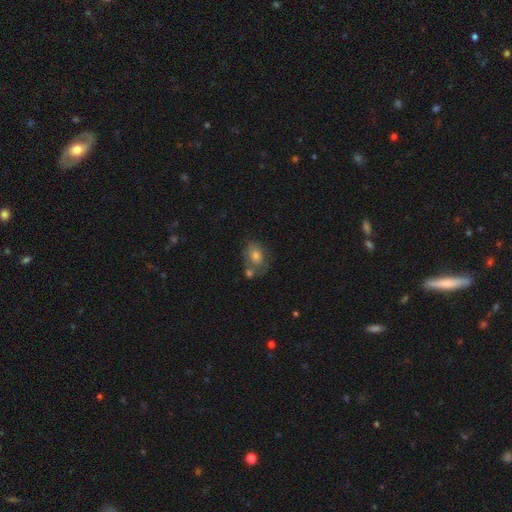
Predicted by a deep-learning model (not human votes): smooth-or-featured: smooth: 67% | featured or disk: 22% | star or artifact: 11%
  how-rounded: in between: 65% | round: 34% | cigar-shaped: 1%
  merging: none: 47% | merger: 24% | minor disturbance: 20% | major disturbance: 9%